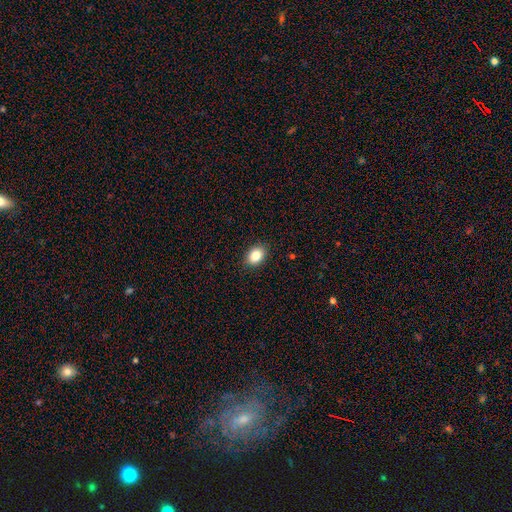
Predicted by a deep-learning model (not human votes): Morphology: type=smooth (86%); roundness=in between (75%); merging=none (89%).